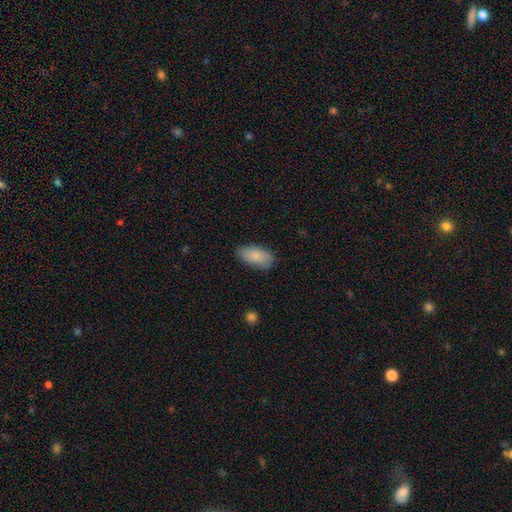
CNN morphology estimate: Overall: smooth (87%). How rounded: in between (93%). Merging: none (82%).